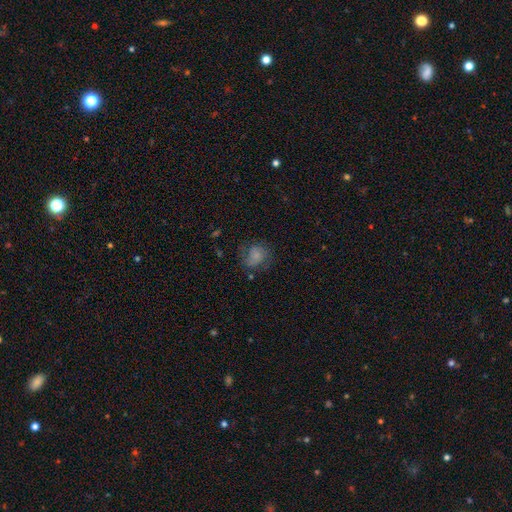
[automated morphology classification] Q: Smooth or featured?
A: smooth (54%); runner-up: featured or disk (36%)
Q: How rounded?
A: round (68%); runner-up: in between (30%)
Q: Merging?
A: none (58%); runner-up: minor disturbance (24%)